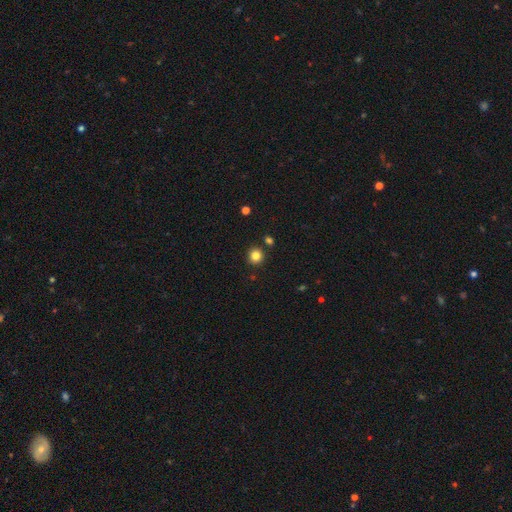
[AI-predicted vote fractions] Smooth or featured? smooth (83%)
How rounded? round (93%)
Merging? none (88%)